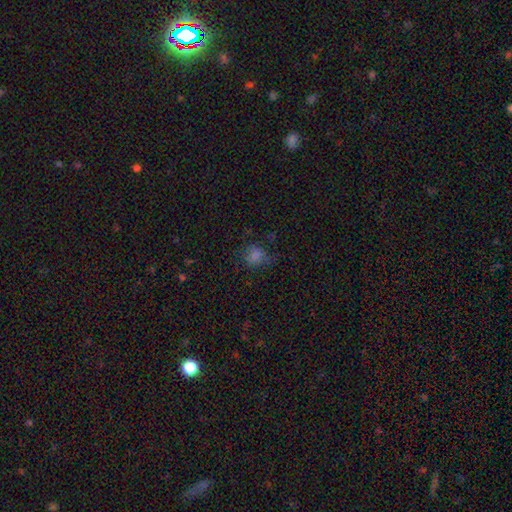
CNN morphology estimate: Smooth or featured? smooth (69%)
How rounded? round (62%)
Merging? none (59%)